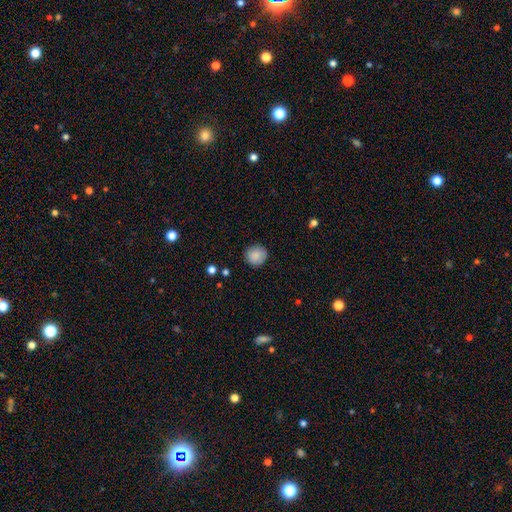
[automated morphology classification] Q: Smooth or featured?
A: smooth (87%); runner-up: star or artifact (8%)
Q: How rounded?
A: round (92%); runner-up: in between (7%)
Q: Merging?
A: none (88%); runner-up: minor disturbance (9%)